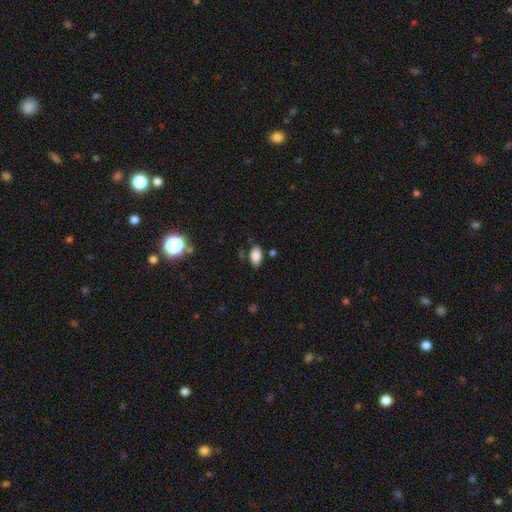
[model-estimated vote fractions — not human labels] Q: Smooth or featured?
A: smooth (86%); runner-up: star or artifact (9%)
Q: How rounded?
A: in between (93%); runner-up: round (5%)
Q: Merging?
A: none (79%); runner-up: minor disturbance (14%)